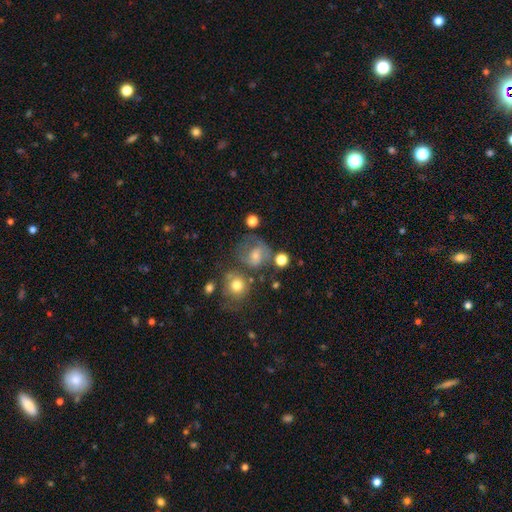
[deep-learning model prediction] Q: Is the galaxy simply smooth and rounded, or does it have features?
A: smooth — 54%.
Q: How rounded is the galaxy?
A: round — 69%.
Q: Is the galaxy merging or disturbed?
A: none — 43%.